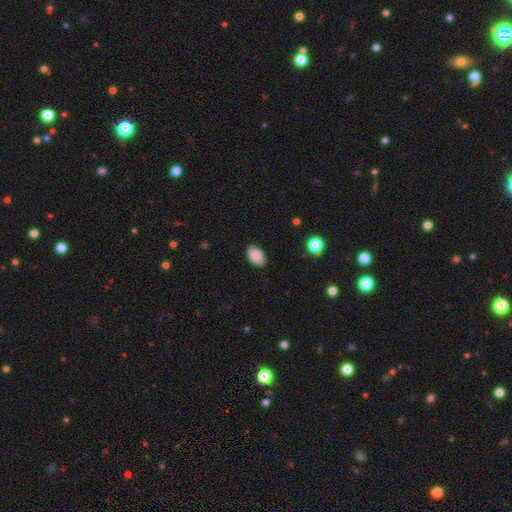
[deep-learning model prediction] The model was most divided on "merging": none: 87%, minor disturbance: 10%, major disturbance: 2%, merger: 1%. More confident: how rounded — in between (93%); smooth or featured — smooth (89%).